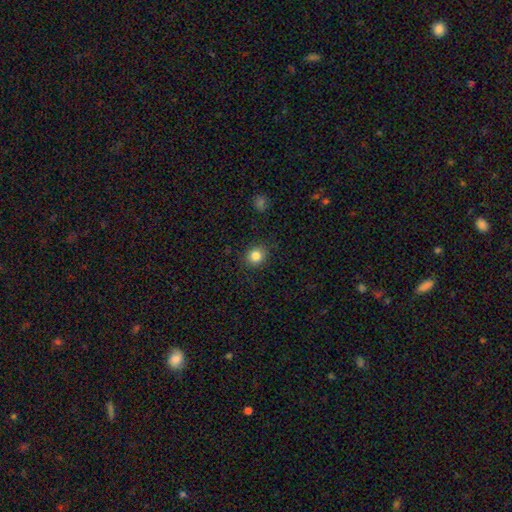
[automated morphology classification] The model was most divided on "how rounded": round: 83%, in between: 16%, cigar-shaped: 1%. More confident: merging — none (89%); smooth or featured — smooth (84%).